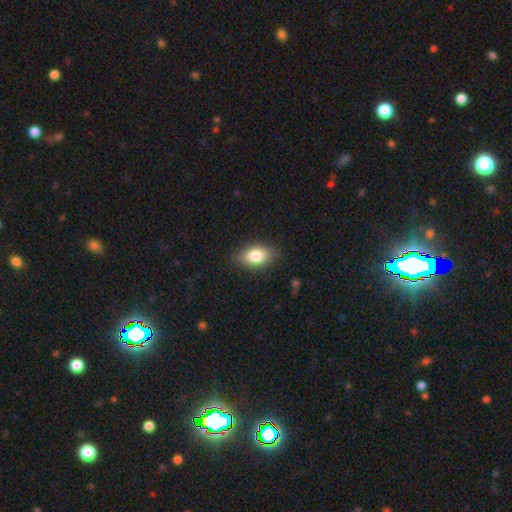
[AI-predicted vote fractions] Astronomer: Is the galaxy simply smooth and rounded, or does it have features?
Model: smooth — 83%.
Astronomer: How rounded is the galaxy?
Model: in between — 88%.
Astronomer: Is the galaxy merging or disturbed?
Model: none — 83%.